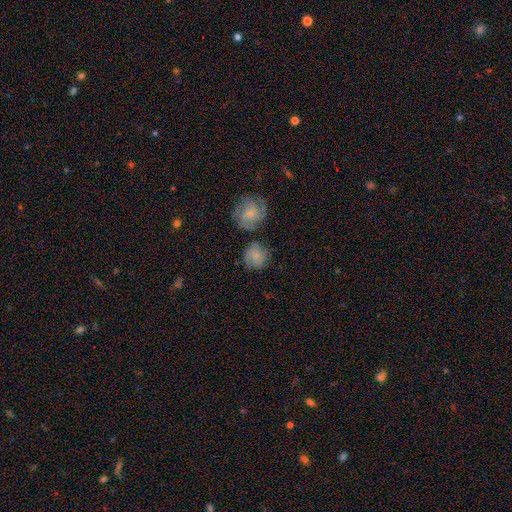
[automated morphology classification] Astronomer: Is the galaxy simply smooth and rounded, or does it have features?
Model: smooth — 60%.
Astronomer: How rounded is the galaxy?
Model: round — 84%.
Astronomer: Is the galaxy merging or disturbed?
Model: none — 61%.